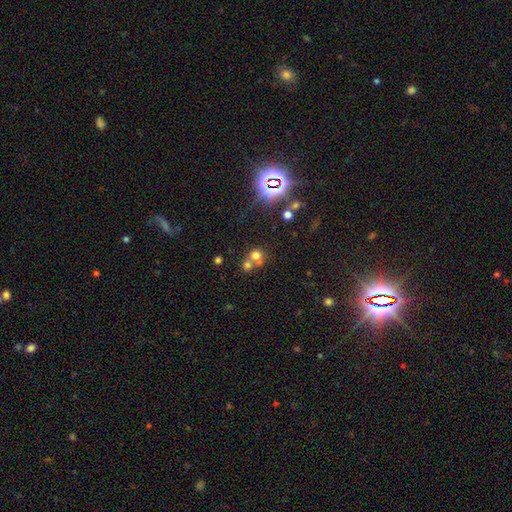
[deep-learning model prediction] Overall: smooth (63%). How rounded: round (82%). Merging: merger (52%; none 38%).